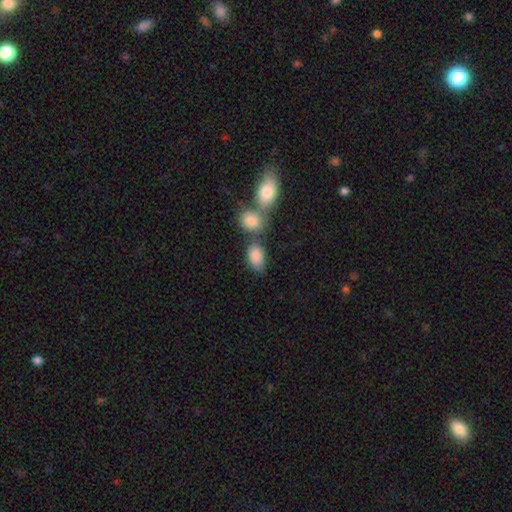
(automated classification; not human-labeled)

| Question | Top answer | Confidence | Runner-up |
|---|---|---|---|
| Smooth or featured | smooth | 86% | star or artifact (8%) |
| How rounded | in between | 89% | round (9%) |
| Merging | none | 51% | merger (29%) |